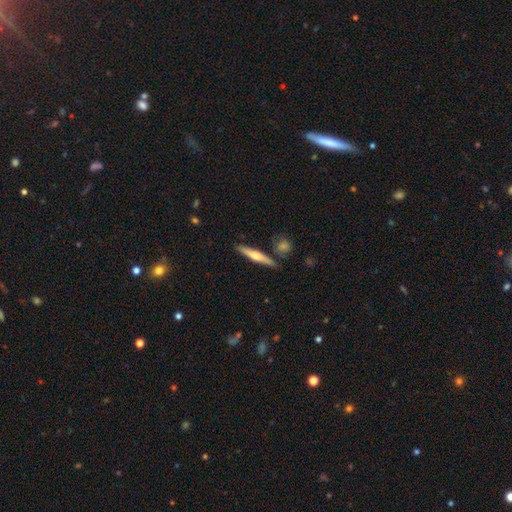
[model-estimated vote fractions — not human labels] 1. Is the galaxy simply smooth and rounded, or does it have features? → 52% featured or disk, 42% smooth, 6% star or artifact.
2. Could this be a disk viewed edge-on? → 96% yes, 4% no.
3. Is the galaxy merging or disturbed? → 84% none, 9% minor disturbance, 5% merger, 2% major disturbance.